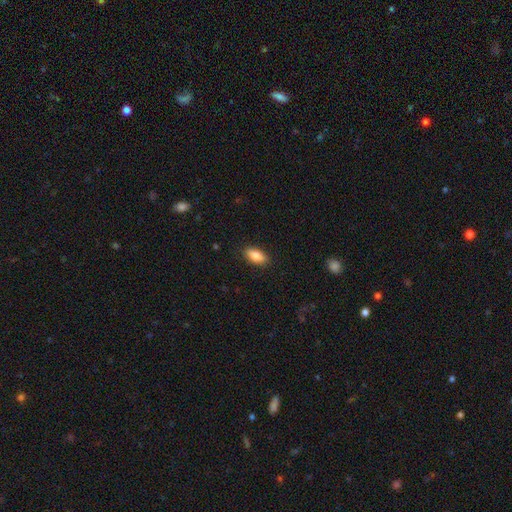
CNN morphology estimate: type=smooth (83%); roundness=in between (87%); merging=none (88%).